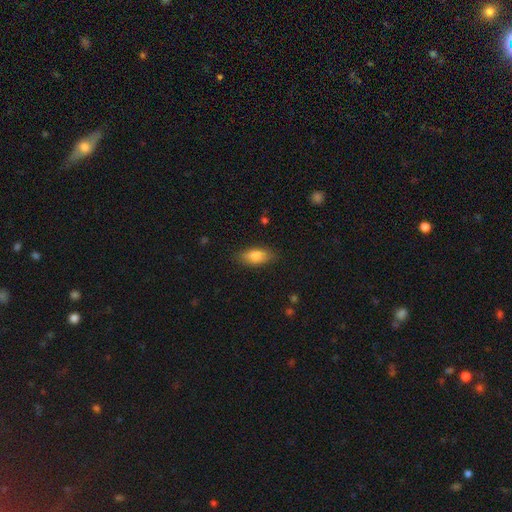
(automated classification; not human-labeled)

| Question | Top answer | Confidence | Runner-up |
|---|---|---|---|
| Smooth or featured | smooth | 78% | featured or disk (14%) |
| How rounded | in between | 82% | cigar-shaped (15%) |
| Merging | none | 82% | minor disturbance (14%) |